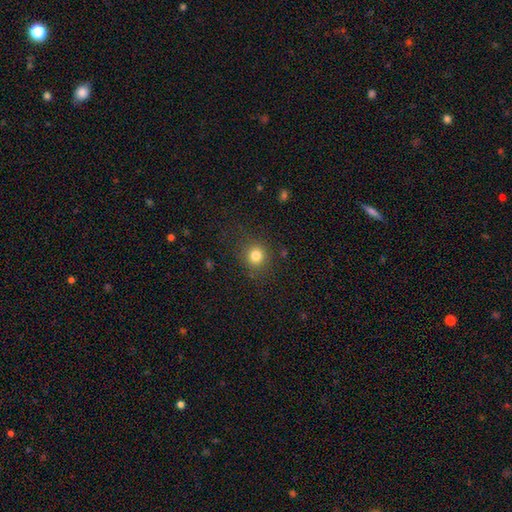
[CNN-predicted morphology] type=smooth (81%); roundness=round (87%); merging=none (84%).